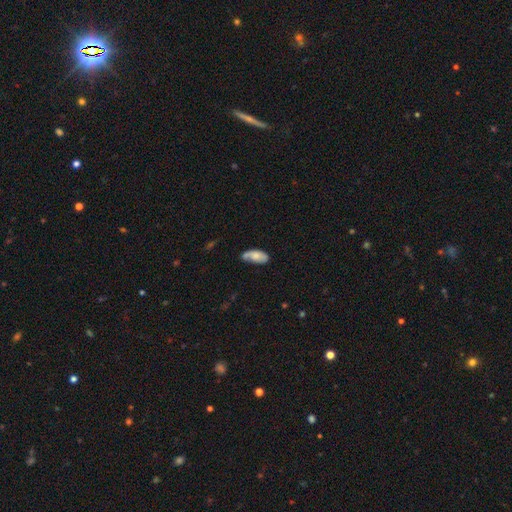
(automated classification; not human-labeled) smooth-or-featured: smooth: 67% | featured or disk: 26% | star or artifact: 7%
  how-rounded: in between: 88% | cigar-shaped: 9% | round: 2%
  merging: none: 45% | minor disturbance: 32% | major disturbance: 12% | merger: 11%